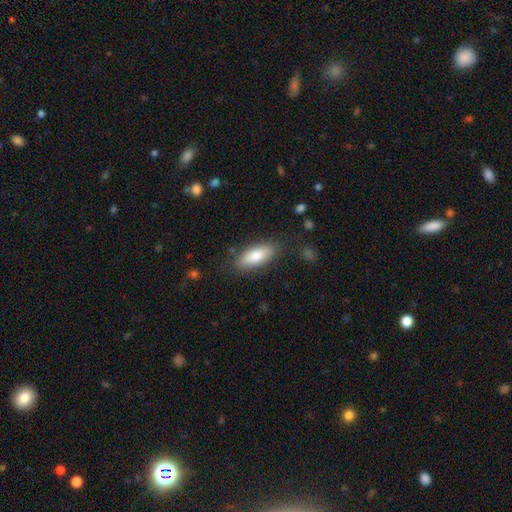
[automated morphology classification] Overall: smooth (78%). How rounded: in between (73%). Merging: none (82%).